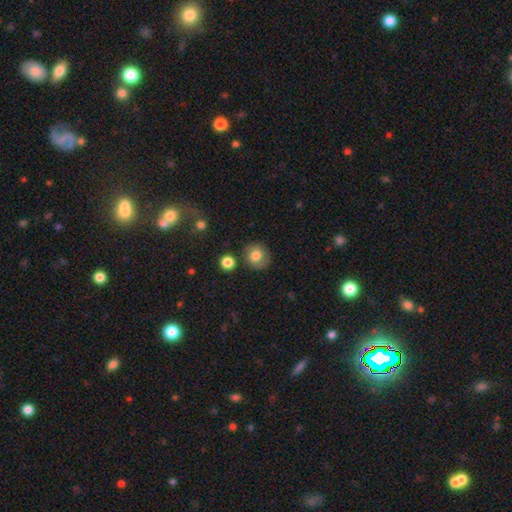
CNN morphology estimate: smooth-or-featured: smooth: 78% | featured or disk: 13% | star or artifact: 9%
  how-rounded: round: 87% | in between: 12% | cigar-shaped: 1%
  merging: none: 81% | minor disturbance: 11% | merger: 4% | major disturbance: 3%